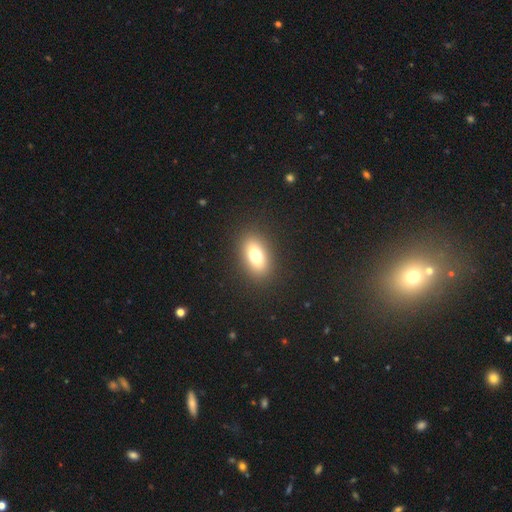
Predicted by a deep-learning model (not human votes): Q: Smooth or featured?
A: smooth (73%); runner-up: featured or disk (17%)
Q: How rounded?
A: in between (83%); runner-up: round (10%)
Q: Merging?
A: none (89%); runner-up: minor disturbance (7%)